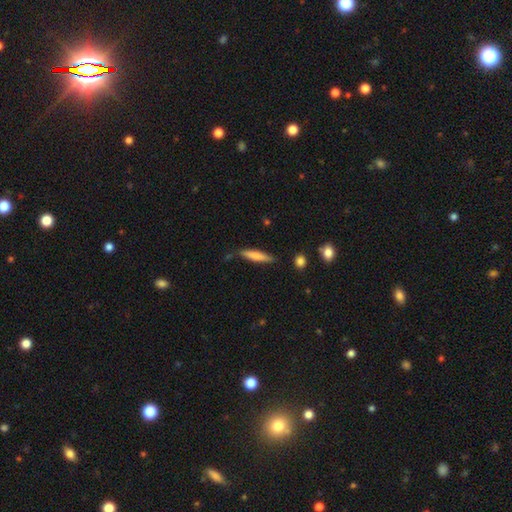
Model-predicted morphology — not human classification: smooth-or-featured: smooth: 72% | featured or disk: 22% | star or artifact: 6%
  how-rounded: cigar-shaped: 87% | in between: 12% | round: 1%
  merging: none: 81% | minor disturbance: 13% | merger: 3% | major disturbance: 3%